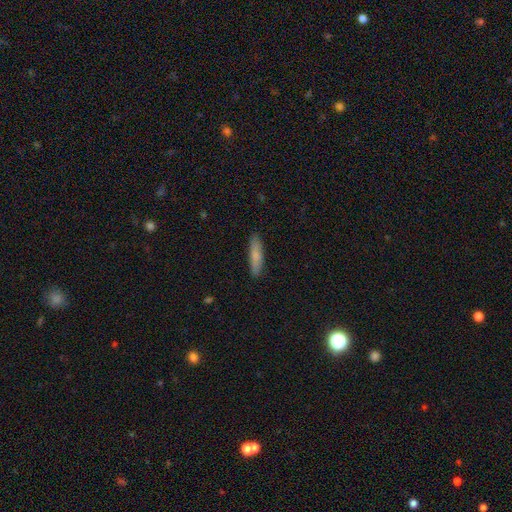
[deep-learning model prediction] This appears to be a smooth galaxy with no disk features (78%) that is cigar-shaped (75%). Merging: none (88%).